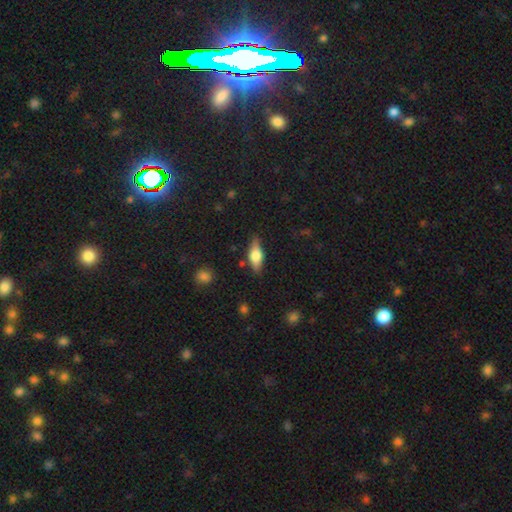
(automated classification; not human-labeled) Smooth or featured?
  - smooth: 57% *
  - featured or disk: 36%
  - star or artifact: 7%
How rounded?
  - in between: 71% *
  - cigar-shaped: 25%
  - round: 4%
Merging?
  - none: 81% *
  - minor disturbance: 14%
  - major disturbance: 3%
  - merger: 2%